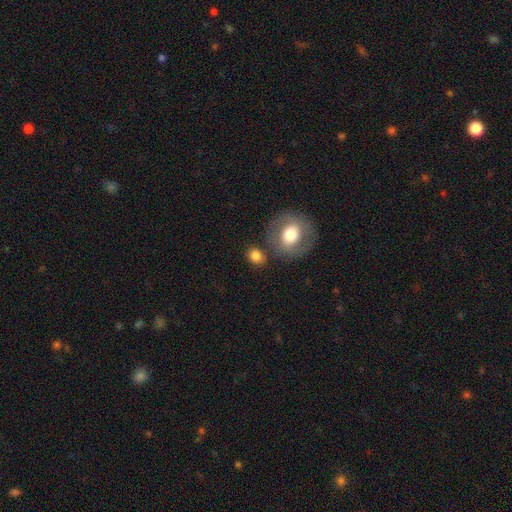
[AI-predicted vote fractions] The model was most divided on "how rounded": round: 63%, in between: 36%, cigar-shaped: 1%. More confident: smooth or featured — smooth (80%); merging — none (71%).